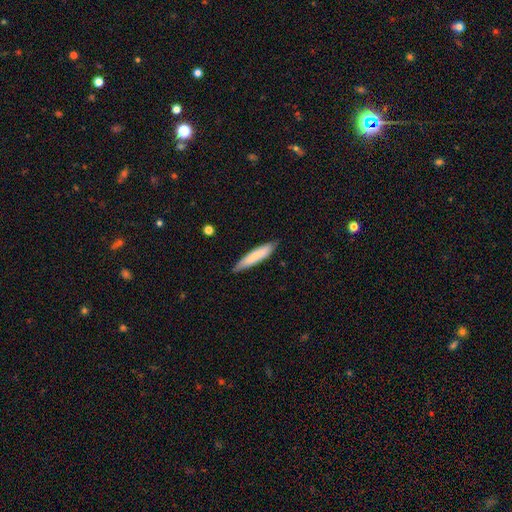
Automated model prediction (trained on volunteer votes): This appears to be a smooth galaxy with no disk features (78%) that is cigar-shaped (82%). Merging: none (83%).